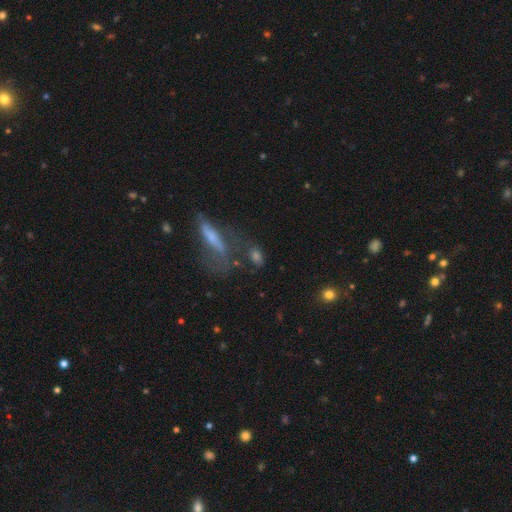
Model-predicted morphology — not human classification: The model was most divided on "how rounded": in between: 53%, cigar-shaped: 31%, round: 16%. More confident: smooth or featured — smooth (58%); merging — none (53%).